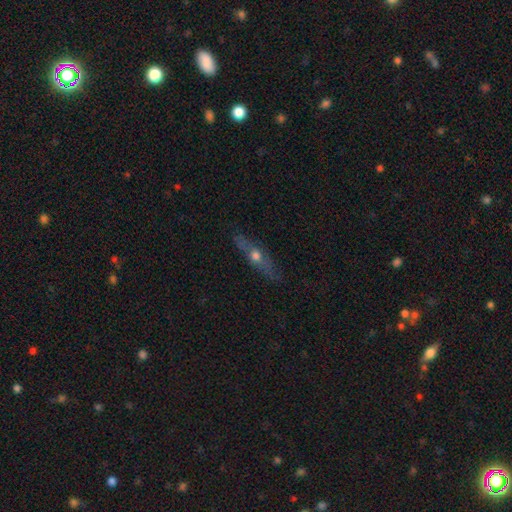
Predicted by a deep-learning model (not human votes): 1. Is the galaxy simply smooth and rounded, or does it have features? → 67% featured or disk, 24% smooth, 9% star or artifact.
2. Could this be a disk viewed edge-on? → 85% yes, 15% no.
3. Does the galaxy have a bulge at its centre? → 93% rounded, 5% none, 2% boxy.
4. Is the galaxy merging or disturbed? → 85% none, 11% minor disturbance, 2% major disturbance, 1% merger.